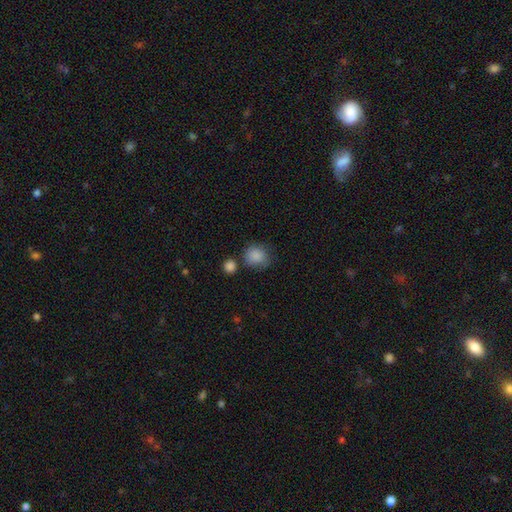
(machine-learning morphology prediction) A smooth galaxy with no disk features (87%) that is round (82%).

Vote fractions:
- Smooth or featured? smooth: 87% / star or artifact: 8% / featured or disk: 5%
- How rounded? round: 82% / in between: 17% / cigar-shaped: 1%
- Merging? none: 68% / minor disturbance: 17% / merger: 10% / major disturbance: 5%